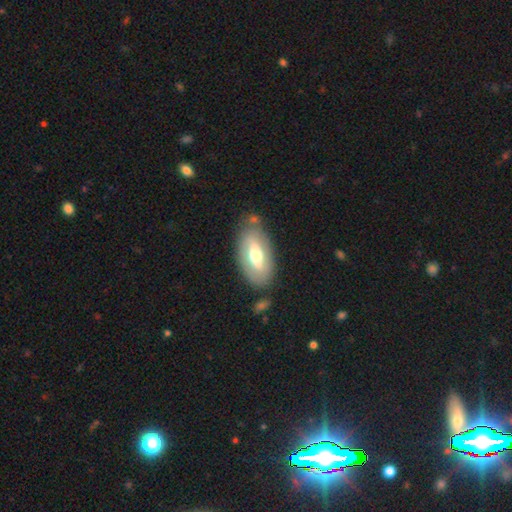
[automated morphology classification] A featured or disk galaxy (49%). Merging: none (73%).